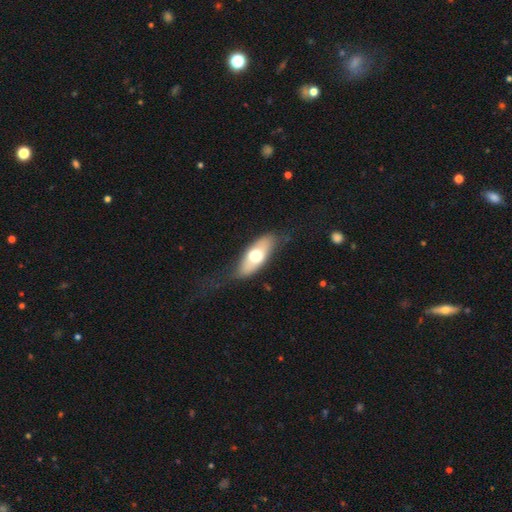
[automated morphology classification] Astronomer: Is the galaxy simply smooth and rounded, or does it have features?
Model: smooth — 57% (runner-up: featured or disk, 37%).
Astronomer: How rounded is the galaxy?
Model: in between — 78%.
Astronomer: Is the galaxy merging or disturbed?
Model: none — 67%.